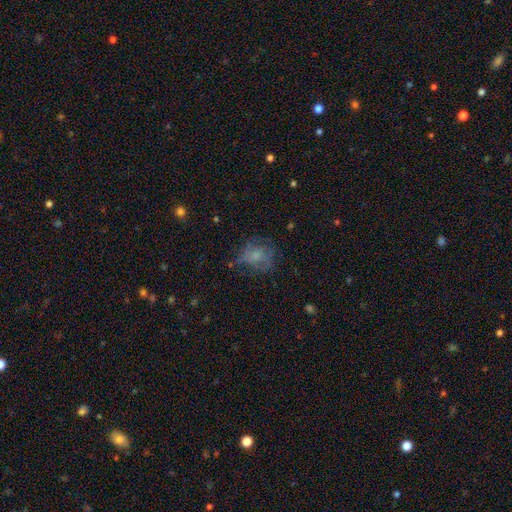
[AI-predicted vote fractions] Smooth or featured? Predicted: smooth (p=0.54). How rounded? Predicted: round (p=0.62). Merging? Predicted: none (p=0.51).